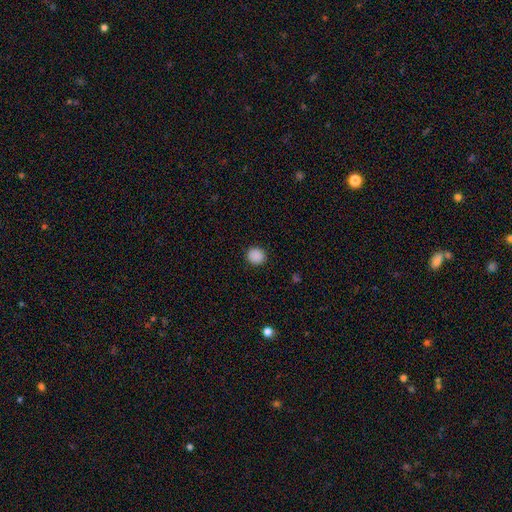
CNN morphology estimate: smooth 89%, star or artifact 9%, featured or disk 2%. Down the decision tree: how rounded — round (85%); merging — none (90%).